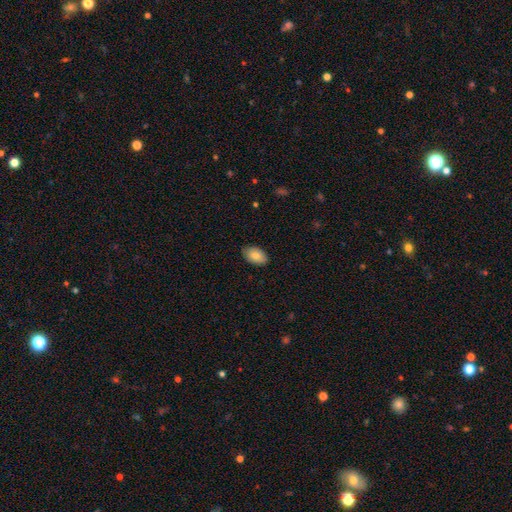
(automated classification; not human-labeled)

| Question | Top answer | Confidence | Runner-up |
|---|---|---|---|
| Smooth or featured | smooth | 82% | featured or disk (12%) |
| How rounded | in between | 92% | round (6%) |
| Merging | none | 86% | minor disturbance (11%) |